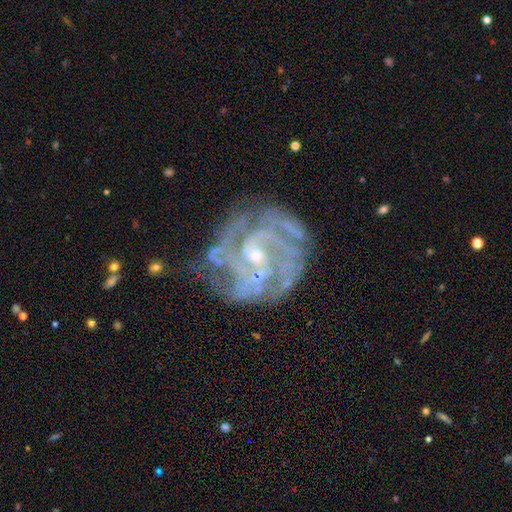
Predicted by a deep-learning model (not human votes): Overall: featured or disk (88%). Edge-on disk: no (98%). Bar: no (54%; weak 36%). Spiral arms: yes (94%). Spiral arm count: can't tell (28%; 3 24%). Spiral winding: tight (59%; medium 34%). Bulge size: small (62%; moderate 32%). Merging: none (58%; minor disturbance 23%).